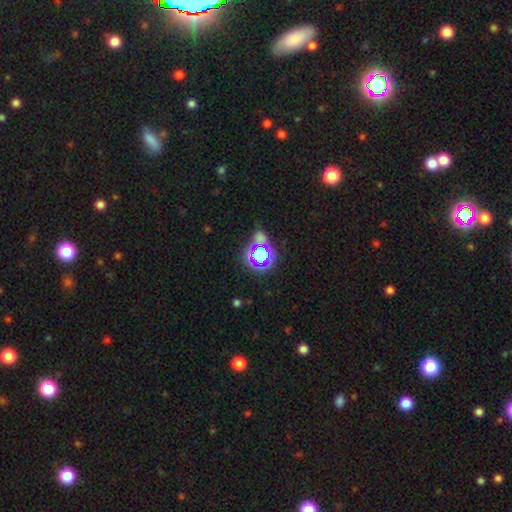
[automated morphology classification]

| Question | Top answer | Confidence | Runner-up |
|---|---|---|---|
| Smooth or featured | star or artifact | 66% | smooth (23%) |